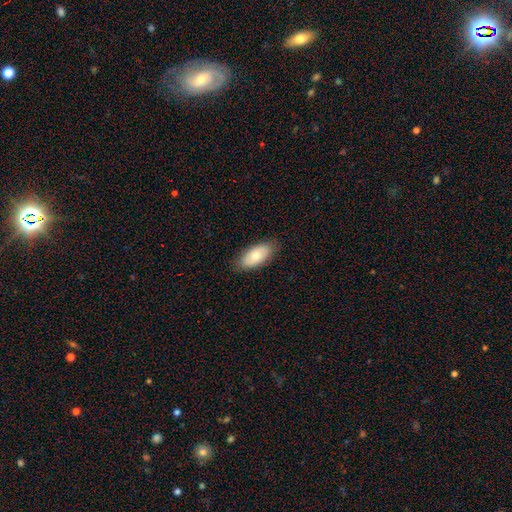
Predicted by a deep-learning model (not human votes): The model was most divided on "smooth or featured": smooth: 72%, featured or disk: 22%, star or artifact: 6%. More confident: how rounded — in between (92%); merging — none (85%).